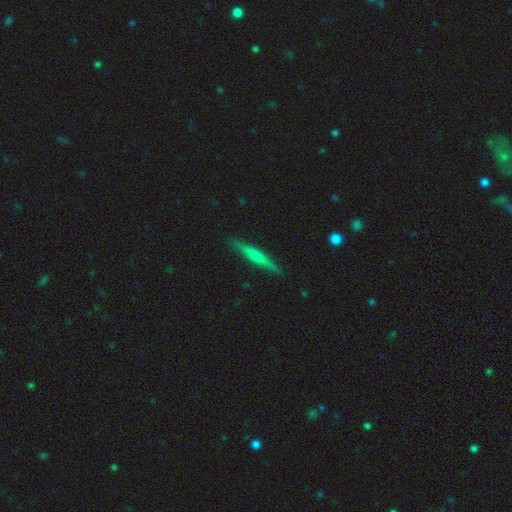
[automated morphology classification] Smooth or featured? featured or disk (64%)
Edge-on disk? yes (97%)
Edge-on bulge? rounded (71%)
Merging? none (91%)